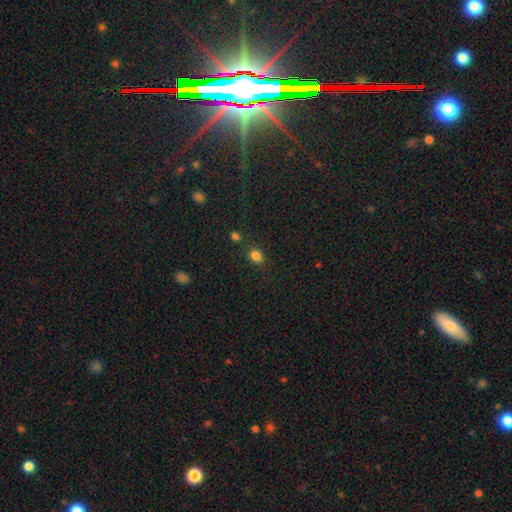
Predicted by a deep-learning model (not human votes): smooth_or_featured: smooth (p=0.82) [alt: star or artifact p=0.14]
how_rounded: round (p=0.62) [alt: in between p=0.37]
merging: none (p=0.81) [alt: minor disturbance p=0.11]